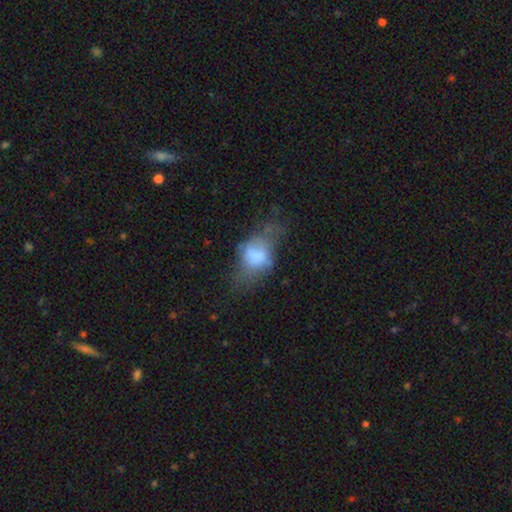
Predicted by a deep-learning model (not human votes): The model was most divided on "merging": major disturbance: 36%, none: 30%, minor disturbance: 28%, merger: 5%. More confident: how rounded — in between (77%); smooth or featured — smooth (60%).